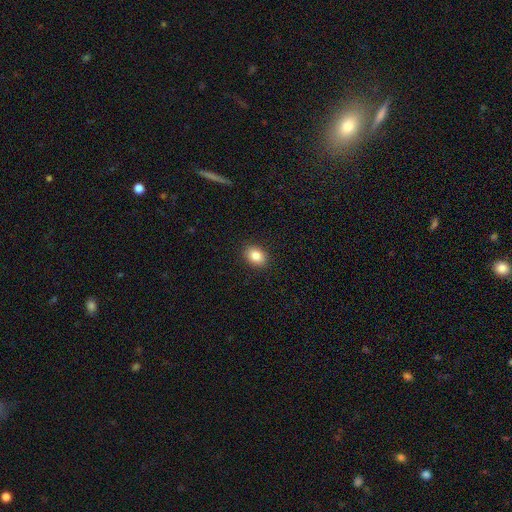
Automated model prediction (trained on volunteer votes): smooth 86%, star or artifact 9%, featured or disk 6%. Down the decision tree: how rounded — in between (68%); merging — none (90%).